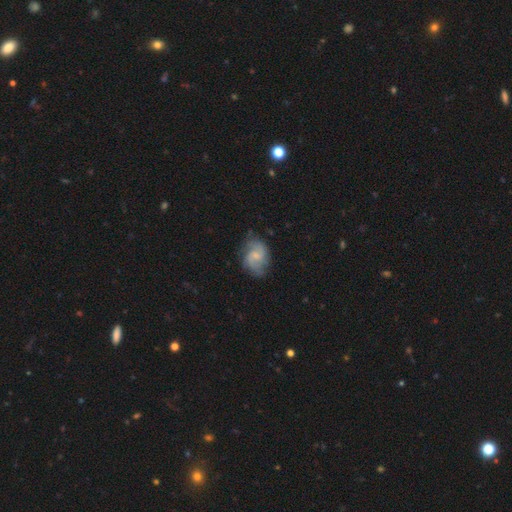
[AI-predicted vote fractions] The model was most divided on "bar": no: 49%, weak: 45%, strong: 7%. Remaining: edge-on disk — no (98%); spiral arms — yes (92%); spiral arm count — 2 (77%); smooth or featured — featured or disk (69%); merging — none (67%); bulge size — small (58%); spiral winding — medium (47%).